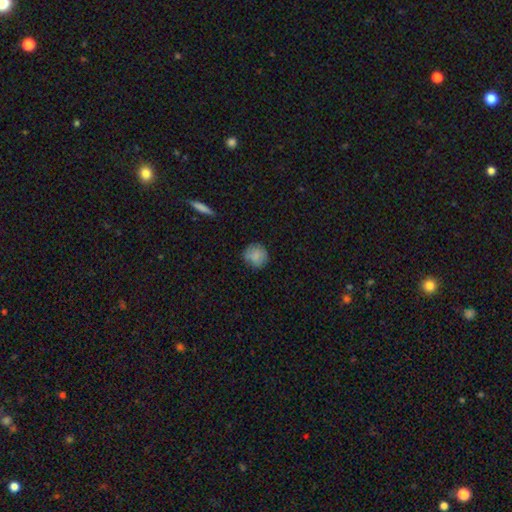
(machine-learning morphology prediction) A smooth galaxy with no disk features (83%) that is round (88%).

Vote fractions:
- Smooth or featured? smooth: 83% / featured or disk: 9% / star or artifact: 8%
- How rounded? round: 88% / in between: 11% / cigar-shaped: 1%
- Merging? none: 76% / minor disturbance: 18% / major disturbance: 4% / merger: 2%